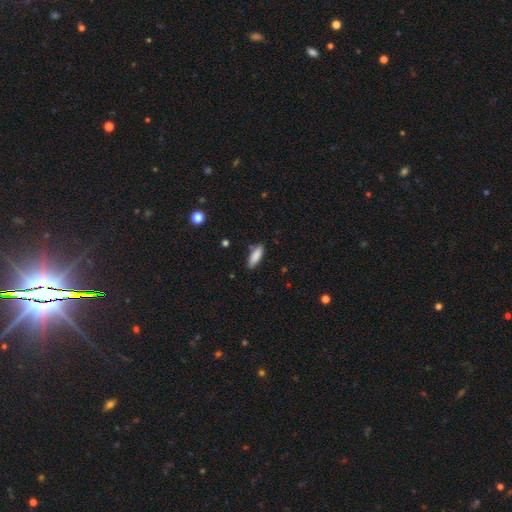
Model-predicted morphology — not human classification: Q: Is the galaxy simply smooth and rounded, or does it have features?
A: smooth — 86%.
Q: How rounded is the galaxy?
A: in between — 57%.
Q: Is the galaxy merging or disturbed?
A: none — 82%.